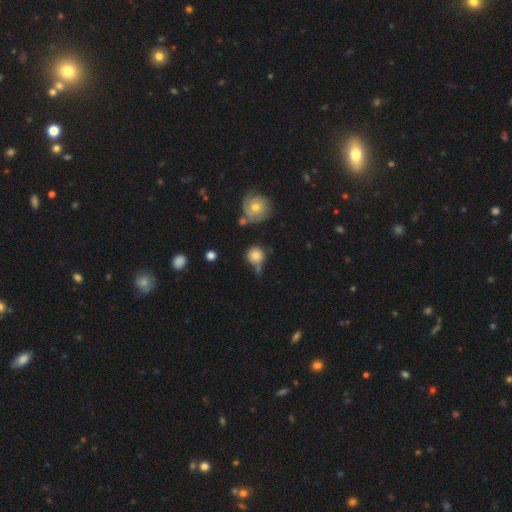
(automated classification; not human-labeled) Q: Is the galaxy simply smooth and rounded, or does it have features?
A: smooth — 75%.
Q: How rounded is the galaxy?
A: round — 91%.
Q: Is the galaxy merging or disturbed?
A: none — 51%.